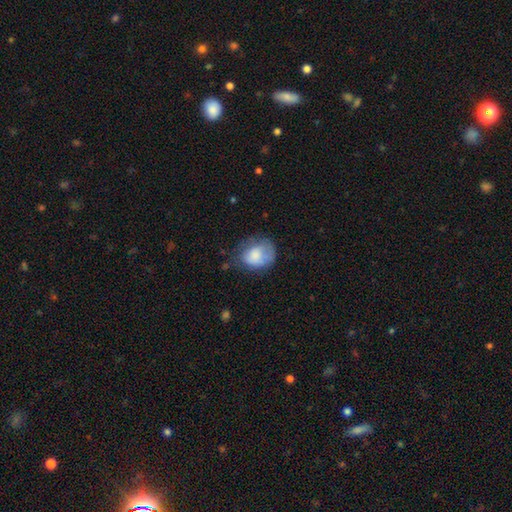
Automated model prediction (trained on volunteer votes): This is likely a smooth galaxy (76%). How rounded: possibly round (51%). Merging: marginally none (45%).